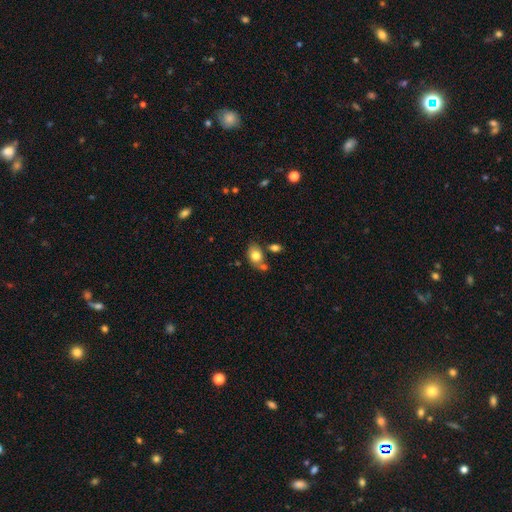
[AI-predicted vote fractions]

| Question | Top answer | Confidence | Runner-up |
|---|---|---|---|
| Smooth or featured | smooth | 77% | featured or disk (15%) |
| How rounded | in between | 75% | round (24%) |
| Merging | none | 56% | merger (22%) |